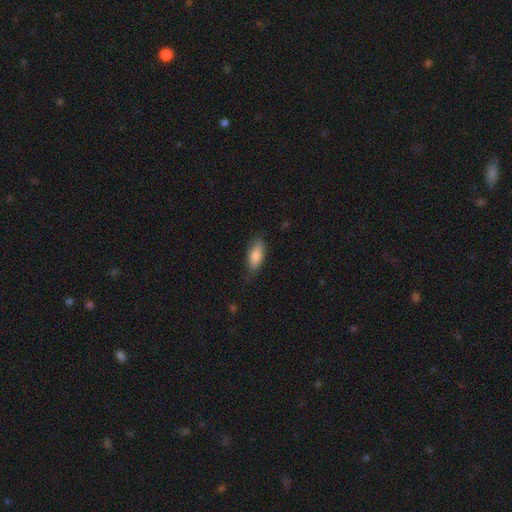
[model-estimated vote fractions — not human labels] A smooth galaxy with no disk features (83%) that is in between round and cigar-shaped (74%). Merging: none (78%).